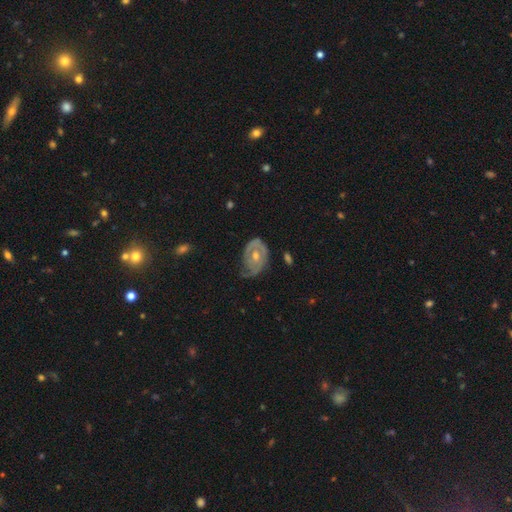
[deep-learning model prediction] Smooth or featured? featured or disk (78%)
Edge-on disk? no (96%)
Bar? no (75%)
Spiral arms? yes (85%)
Spiral winding? tight (60%)
Spiral arm count? 2 (45%)
Bulge size? moderate (62%)
Merging? none (60%)